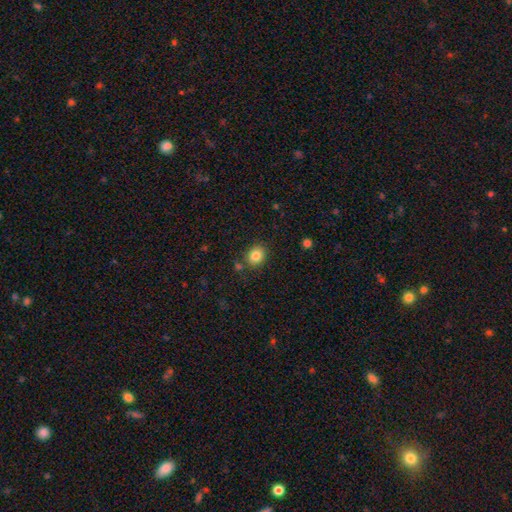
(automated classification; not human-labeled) smooth-or-featured: smooth: 84% | star or artifact: 10% | featured or disk: 6%
  how-rounded: round: 61% | in between: 38% | cigar-shaped: 1%
  merging: none: 82% | minor disturbance: 10% | merger: 5% | major disturbance: 3%